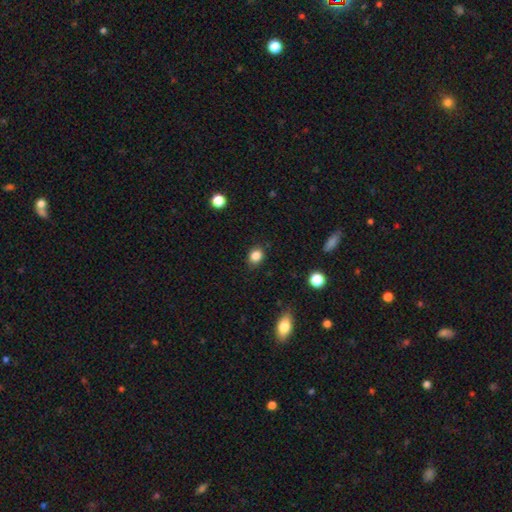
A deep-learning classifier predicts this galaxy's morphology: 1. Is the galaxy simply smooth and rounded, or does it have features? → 85% smooth, 11% star or artifact, 4% featured or disk.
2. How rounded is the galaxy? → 61% round, 38% in between, 1% cigar-shaped.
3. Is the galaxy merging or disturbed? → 86% none, 11% minor disturbance, 2% major disturbance, 1% merger.